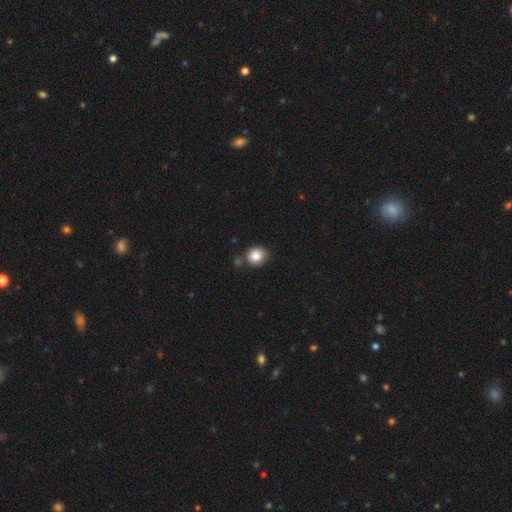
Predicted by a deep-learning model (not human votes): smooth_or_featured: smooth (p=0.84) [alt: star or artifact p=0.09]
how_rounded: round (p=0.84) [alt: in between p=0.15]
merging: none (p=0.73) [alt: minor disturbance p=0.13]